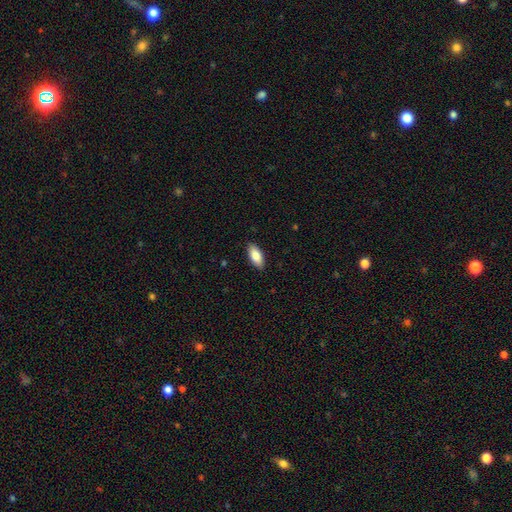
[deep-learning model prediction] smooth_or_featured: smooth (p=0.84) [alt: featured or disk p=0.10]
how_rounded: in between (p=0.87) [alt: cigar-shaped p=0.11]
merging: none (p=0.88) [alt: minor disturbance p=0.09]